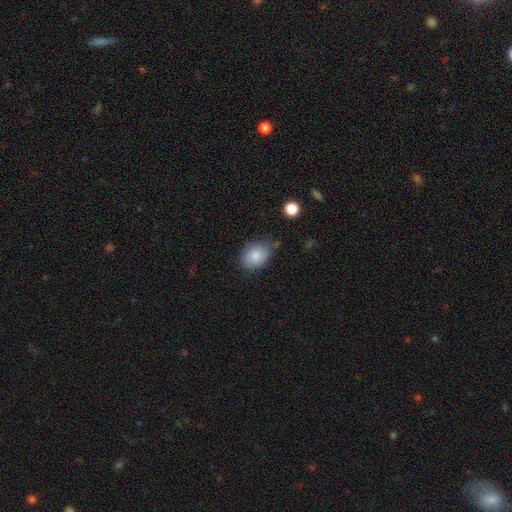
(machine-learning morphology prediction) smooth 83%, featured or disk 9%, star or artifact 8%. Down the decision tree: how rounded — in between (59%); merging — none (58%).